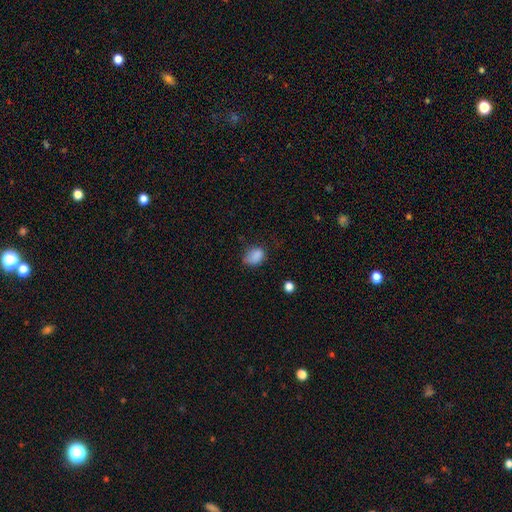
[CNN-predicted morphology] smooth 84%, star or artifact 11%, featured or disk 6%. Down the decision tree: how rounded — in between (72%); merging — none (54%).